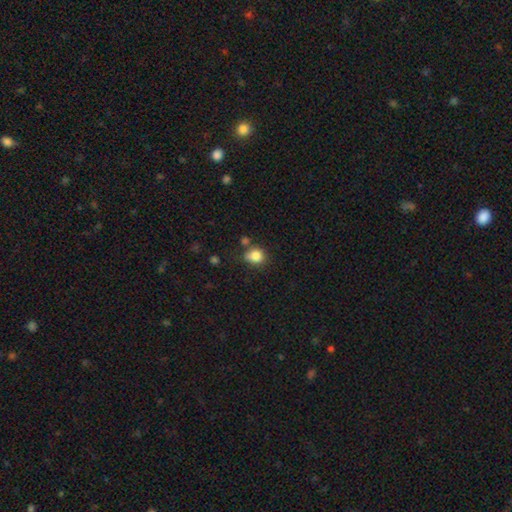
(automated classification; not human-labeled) A smooth galaxy with no disk features (83%) that is round (75%). Merging: none (63%).